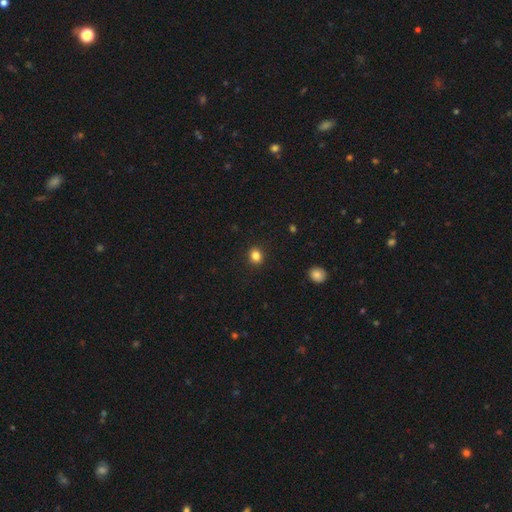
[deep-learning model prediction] Morphology: type=smooth (84%); roundness=round (77%); merging=none (91%).